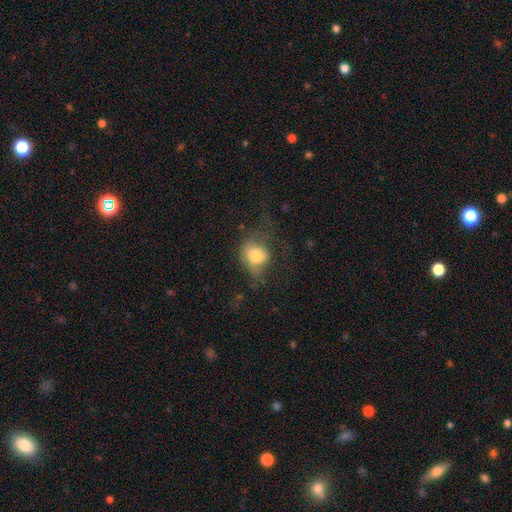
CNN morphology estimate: smooth 75%, featured or disk 16%, star or artifact 9%. Down the decision tree: how rounded — round (51%); merging — major disturbance (35%).